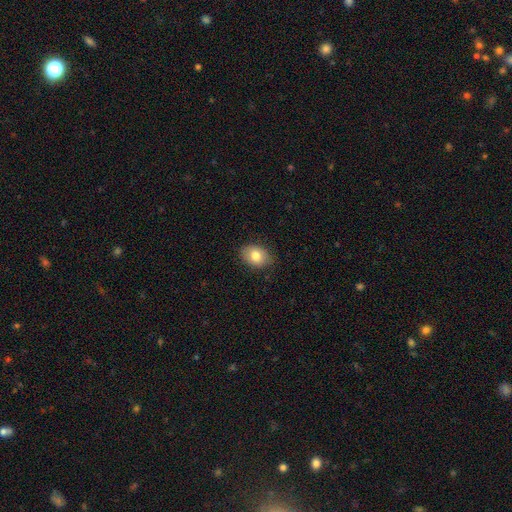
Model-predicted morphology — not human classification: The model was most divided on "how rounded": in between: 74%, round: 25%, cigar-shaped: 1%. More confident: merging — none (85%); smooth or featured — smooth (81%).